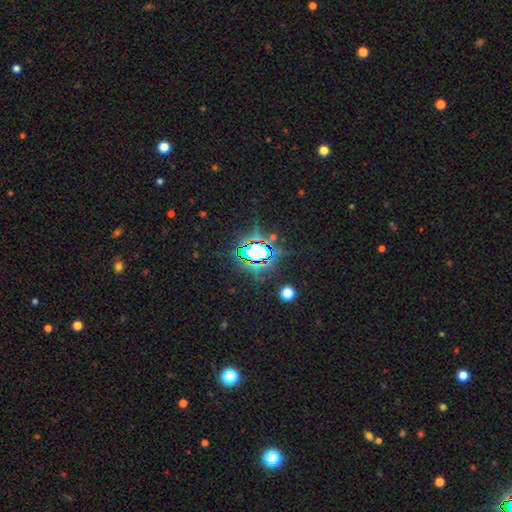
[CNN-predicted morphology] Smooth or featured?
  - star or artifact: 74% *
  - smooth: 15%
  - featured or disk: 11%